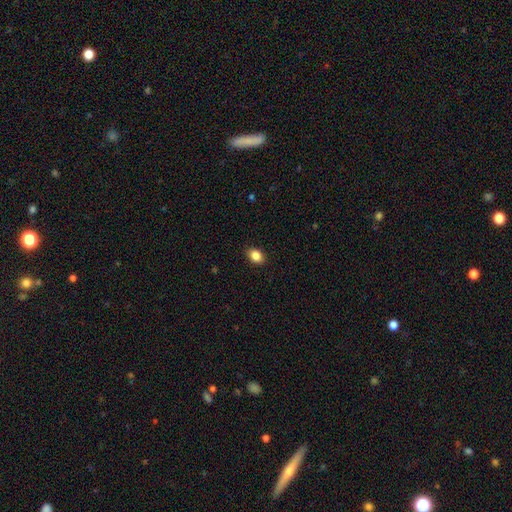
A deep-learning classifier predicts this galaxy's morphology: A smooth galaxy with no disk features (86%) that is in between round and cigar-shaped (74%). Merging: none (89%).